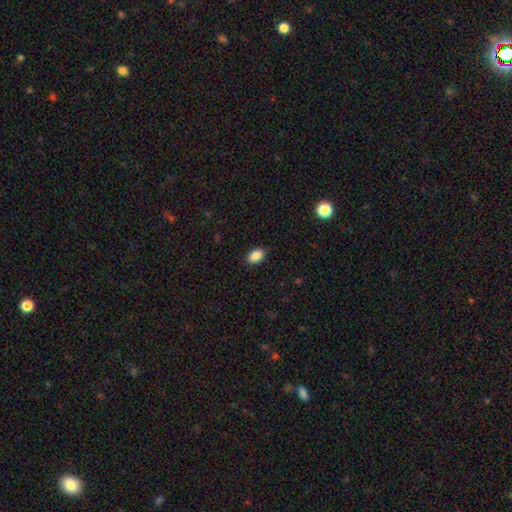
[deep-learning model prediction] A smooth galaxy with no disk features (88%) that is in between round and cigar-shaped (84%). Merging: none (88%).